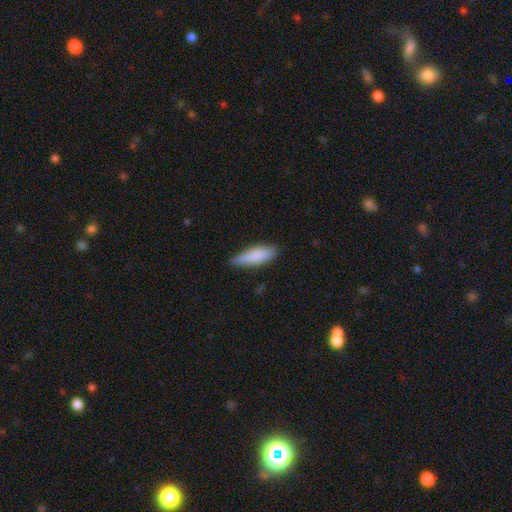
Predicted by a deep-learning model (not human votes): smooth 84%, featured or disk 10%, star or artifact 6%. Down the decision tree: how rounded — cigar-shaped (50%); merging — none (72%).